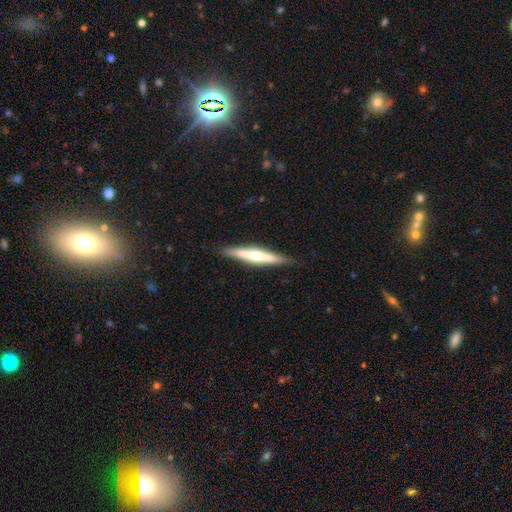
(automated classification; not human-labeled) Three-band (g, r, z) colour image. It shows a featured or disk galaxy (57%) viewed edge-on (96%) with a rounded central bulge (74%). Merging: none (88%).